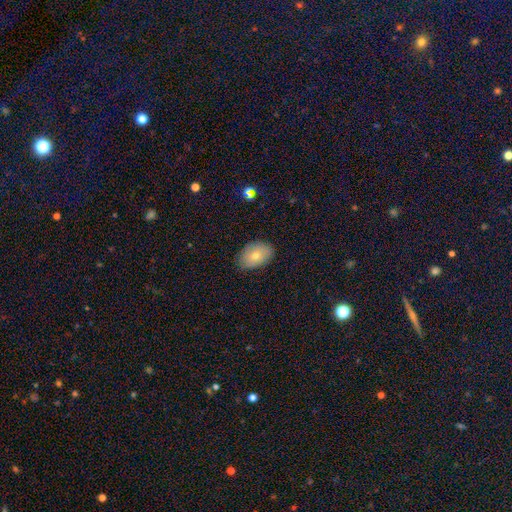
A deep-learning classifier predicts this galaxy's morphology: A smooth galaxy with no disk features (74%) that is in between round and cigar-shaped (86%). Merging: none (83%).